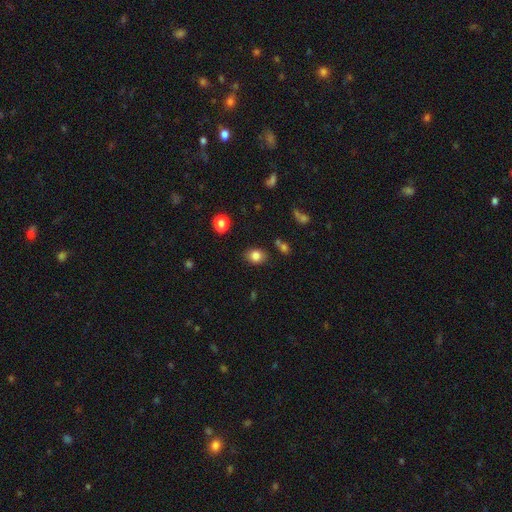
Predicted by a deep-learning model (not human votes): This is clearly a smooth galaxy (82%). How rounded: possibly in between (56%). Merging: clearly none (80%).